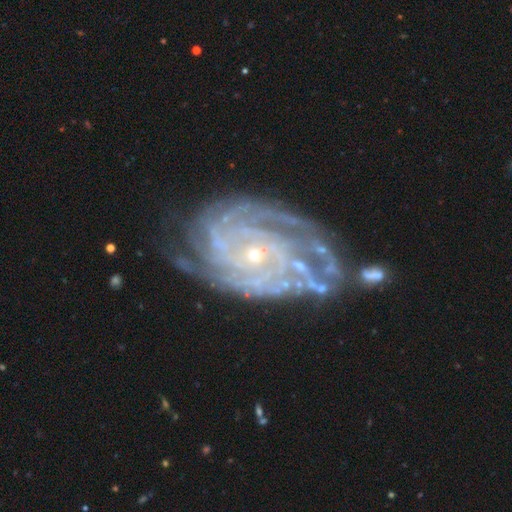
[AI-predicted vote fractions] Smooth or featured: featured or disk — 91% (star or artifact — 6%)
Edge-on disk: no — 97% (yes — 3%)
Bar: no — 67% (weak — 24%)
Spiral arms: yes — 98% (no — 2%)
Spiral winding: tight — 76% (medium — 20%)
Spiral arm count: 4 — 24% (can't tell — 21%)
Bulge size: small — 83% (moderate — 14%)
Merging: none — 60% (minor disturbance — 23%)